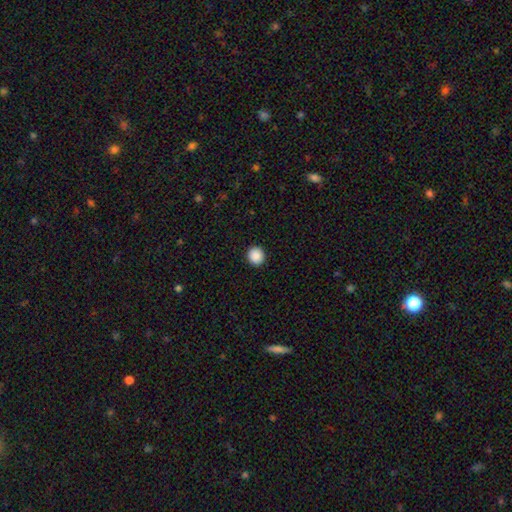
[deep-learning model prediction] Morphology: type=smooth (89%); roundness=round (92%); merging=none (93%).